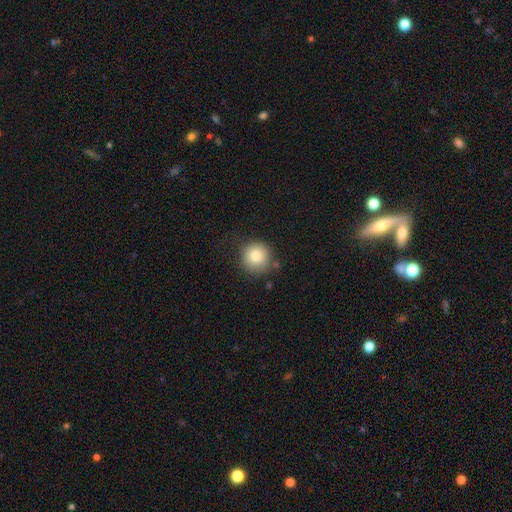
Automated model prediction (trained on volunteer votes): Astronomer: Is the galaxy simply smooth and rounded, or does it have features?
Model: smooth — 82%.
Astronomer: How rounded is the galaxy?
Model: round — 94%.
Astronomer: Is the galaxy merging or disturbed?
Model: none — 78%.